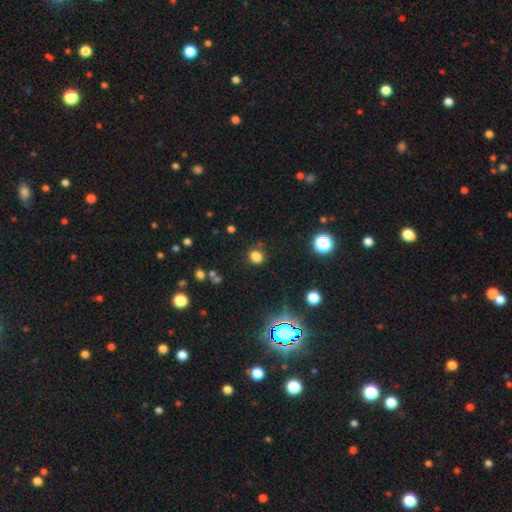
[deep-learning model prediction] smooth_or_featured: smooth (p=0.77) [alt: star or artifact p=0.18]
how_rounded: round (p=0.60) [alt: in between p=0.39]
merging: none (p=0.82) [alt: minor disturbance p=0.11]